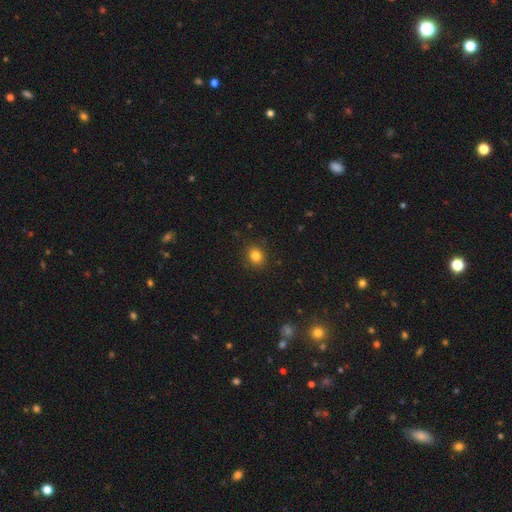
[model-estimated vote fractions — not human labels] The model was most divided on "how rounded": round: 67%, in between: 32%, cigar-shaped: 1%. More confident: merging — none (89%); smooth or featured — smooth (83%).